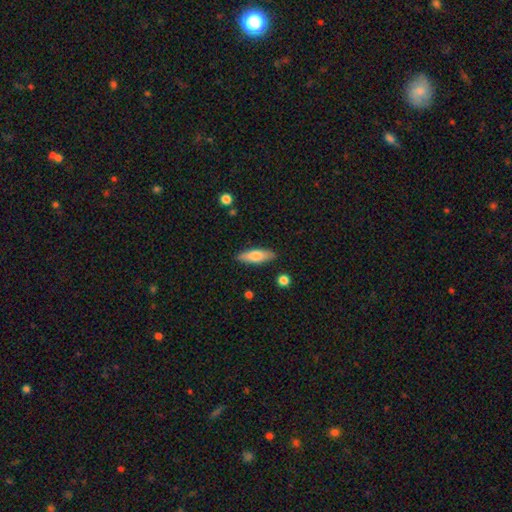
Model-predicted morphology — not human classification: Smooth or featured?
  - smooth: 73% *
  - featured or disk: 21%
  - star or artifact: 6%
How rounded?
  - in between: 53% *
  - cigar-shaped: 44%
  - round: 2%
Merging?
  - none: 87% *
  - minor disturbance: 10%
  - major disturbance: 2%
  - merger: 2%